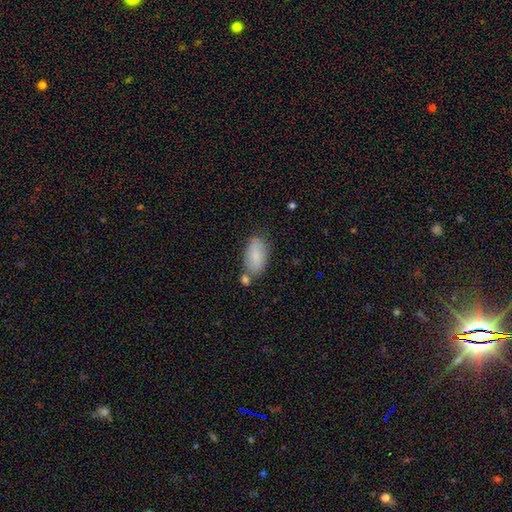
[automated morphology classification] Smooth or featured? Predicted: smooth (p=0.82). How rounded? Predicted: in between (p=0.93). Merging? Predicted: none (p=0.67).